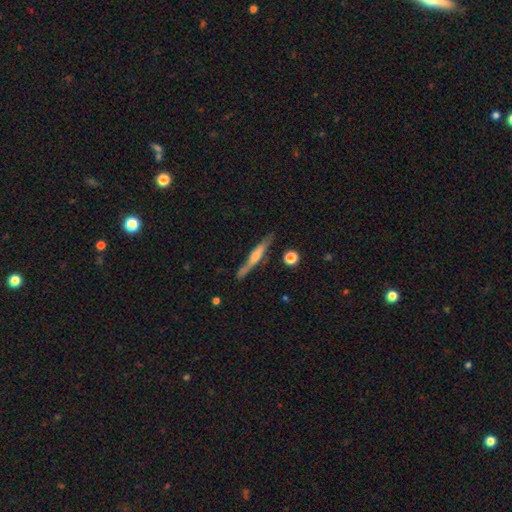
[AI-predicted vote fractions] smooth-or-featured: featured or disk: 59% | smooth: 34% | star or artifact: 7%
  disk-edge-on: yes: 94% | no: 6%
    edge-on-bulge: rounded: 55% | none: 24% | boxy: 21%
  merging: none: 80% | minor disturbance: 14% | major disturbance: 3% | merger: 3%